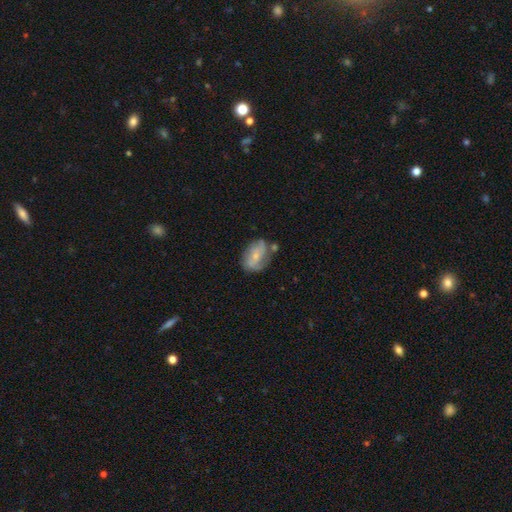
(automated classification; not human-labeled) Smooth or featured?
  - featured or disk: 56% *
  - smooth: 37%
  - star or artifact: 7%
Edge-on disk?
  - no: 96% *
  - yes: 4%
Bar?
  - no: 59% *
  - weak: 31%
  - strong: 10%
Spiral arms?
  - yes: 75% *
  - no: 25%
Bulge size?
  - small: 67% *
  - moderate: 27%
  - none: 4%
  - large: 2%
  - dominant: 1%
Merging?
  - none: 50% *
  - minor disturbance: 27%
  - major disturbance: 12%
  - merger: 11%